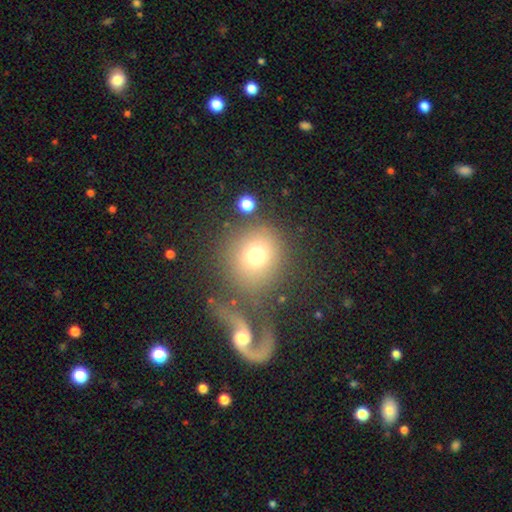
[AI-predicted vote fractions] smooth_or_featured: smooth (p=0.66) [alt: featured or disk p=0.25]
how_rounded: round (p=0.84) [alt: in between p=0.15]
merging: none (p=0.58) [alt: merger p=0.22]